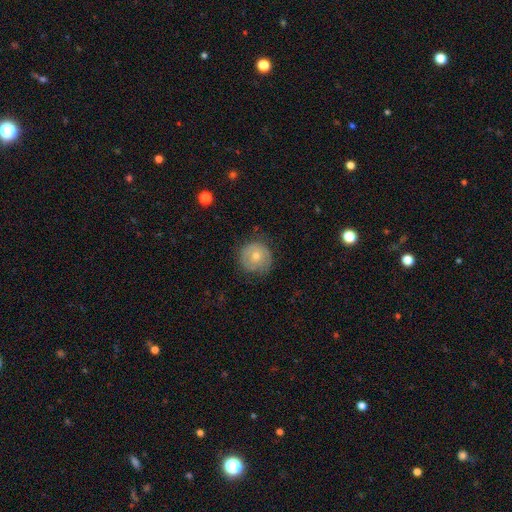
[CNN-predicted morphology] A smooth galaxy with no disk features (63%) that is round (92%).

Vote fractions:
- Smooth or featured? smooth: 63% / featured or disk: 30% / star or artifact: 7%
- How rounded? round: 92% / in between: 7% / cigar-shaped: 1%
- Merging? none: 71% / minor disturbance: 22% / major disturbance: 6% / merger: 1%